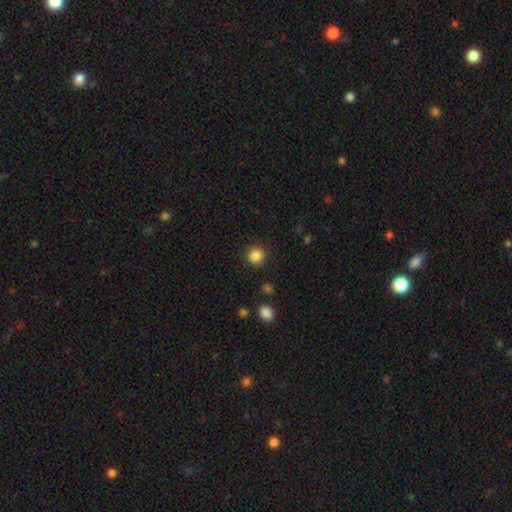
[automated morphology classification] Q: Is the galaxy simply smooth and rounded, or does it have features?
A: smooth — 86%.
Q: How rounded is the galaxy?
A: round — 94%.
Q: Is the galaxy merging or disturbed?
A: none — 91%.